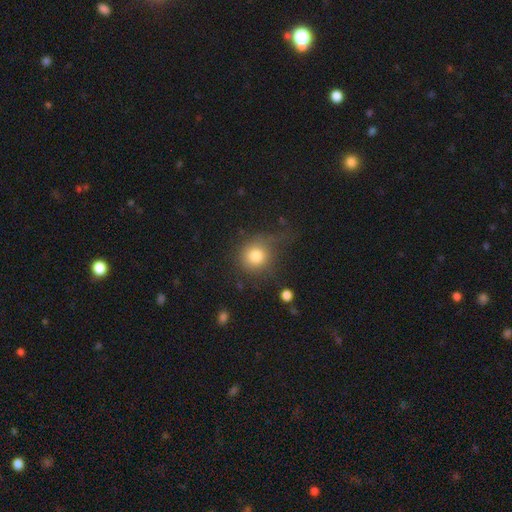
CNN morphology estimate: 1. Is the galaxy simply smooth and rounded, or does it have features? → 80% smooth, 11% star or artifact, 9% featured or disk.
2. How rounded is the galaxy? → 86% round, 13% in between, 1% cigar-shaped.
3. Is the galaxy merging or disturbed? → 56% none, 24% minor disturbance, 17% major disturbance, 3% merger.